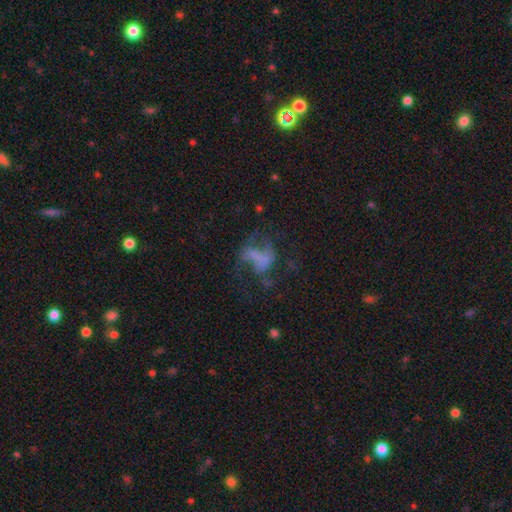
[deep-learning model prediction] This appears to be a featured or disk galaxy (53%) with no bar (68%), no spiral arms (56%) and no central bulge (74%). Merging: major disturbance (46%).